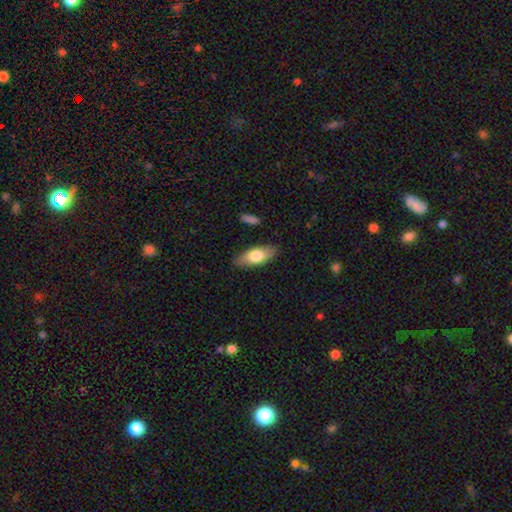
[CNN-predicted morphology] A smooth galaxy with no disk features (71%) that is in between round and cigar-shaped (77%). Merging: none (84%).